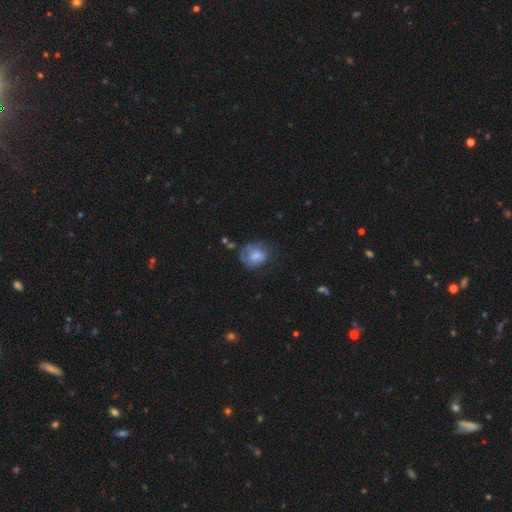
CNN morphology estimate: Smooth or featured? smooth (62%)
How rounded? round (60%)
Merging? none (42%)